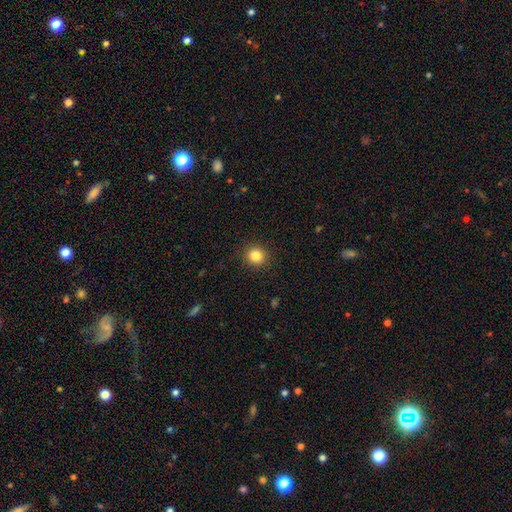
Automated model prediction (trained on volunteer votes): Smooth or featured?
  - smooth: 83% *
  - star or artifact: 11%
  - featured or disk: 5%
How rounded?
  - round: 87% *
  - in between: 12%
  - cigar-shaped: 1%
Merging?
  - none: 90% *
  - minor disturbance: 6%
  - major disturbance: 2%
  - merger: 1%